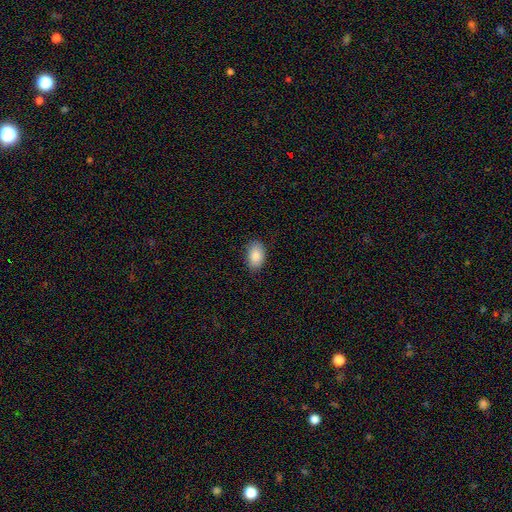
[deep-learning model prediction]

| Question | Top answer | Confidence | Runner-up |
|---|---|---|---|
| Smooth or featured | smooth | 87% | star or artifact (7%) |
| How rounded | in between | 91% | round (8%) |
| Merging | none | 85% | minor disturbance (12%) |